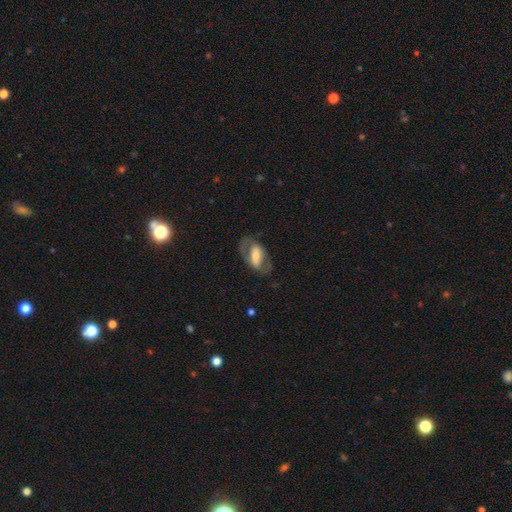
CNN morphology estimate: smooth-or-featured: featured or disk: 55% | smooth: 39% | star or artifact: 6%
  disk-edge-on: no: 88% | yes: 12%
  merging: none: 66% | minor disturbance: 18% | major disturbance: 15% | merger: 1%